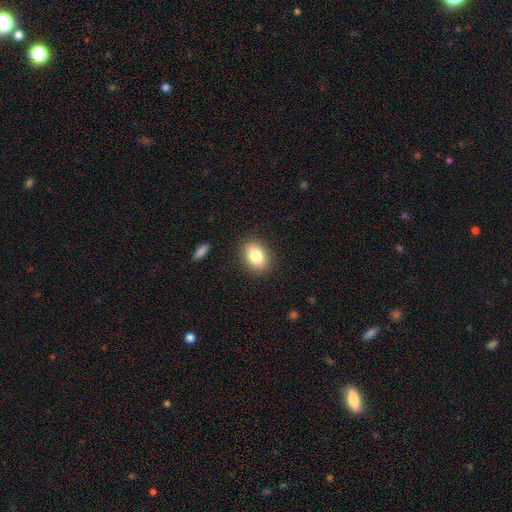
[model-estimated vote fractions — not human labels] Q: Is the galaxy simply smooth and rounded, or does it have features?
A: smooth — 81%.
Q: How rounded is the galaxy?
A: in between — 75%.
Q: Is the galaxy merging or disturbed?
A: none — 87%.